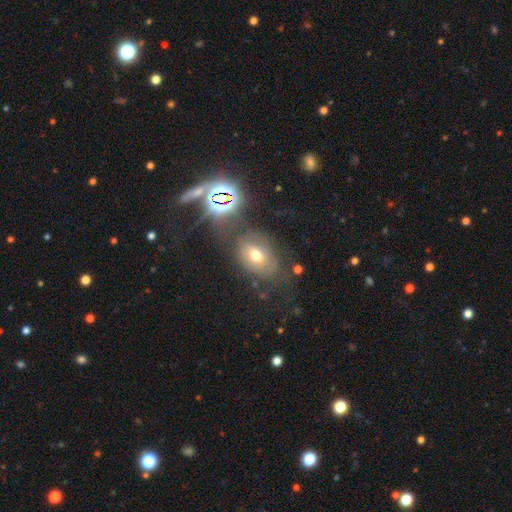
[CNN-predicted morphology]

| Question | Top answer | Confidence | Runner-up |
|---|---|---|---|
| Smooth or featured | smooth | 58% | featured or disk (24%) |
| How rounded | in between | 68% | round (31%) |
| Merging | none | 60% | minor disturbance (19%) |